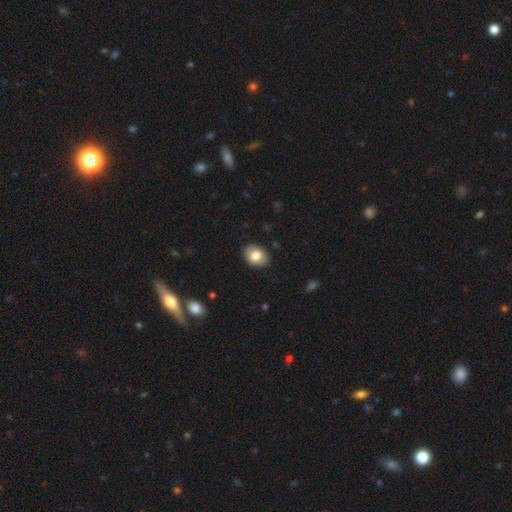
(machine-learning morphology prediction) smooth 79%, featured or disk 14%, star or artifact 7%. Down the decision tree: how rounded — in between (71%); merging — none (87%).